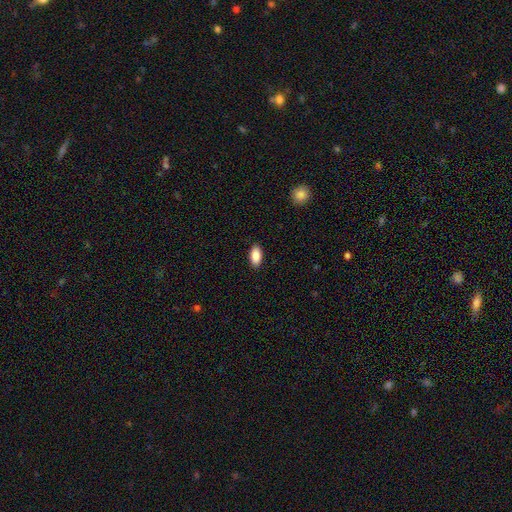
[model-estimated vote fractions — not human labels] This is clearly a smooth galaxy (88%). How rounded: clearly in between (92%). Merging: clearly none (90%).